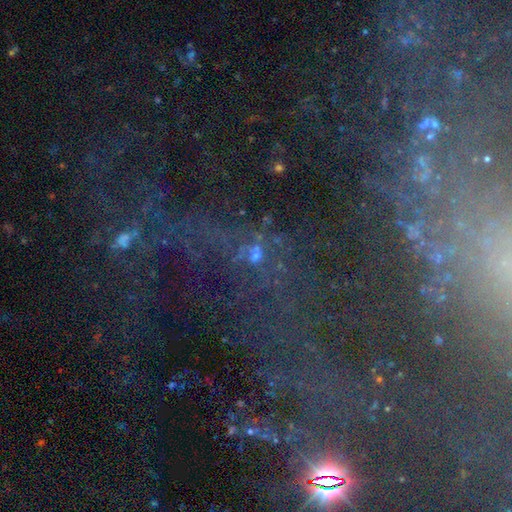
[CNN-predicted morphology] Q: Smooth or featured?
A: star or artifact (51%); runner-up: featured or disk (26%)